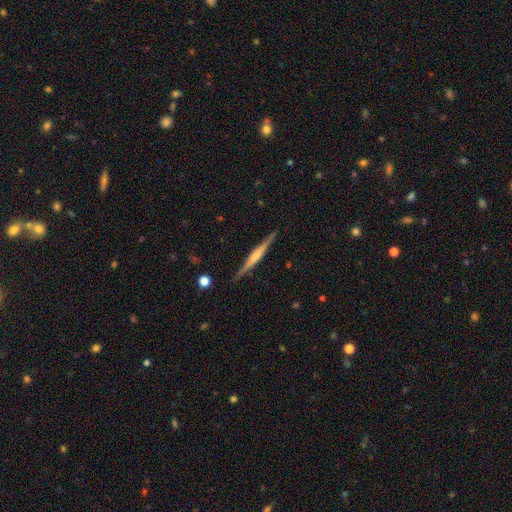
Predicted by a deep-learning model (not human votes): Smooth or featured?
  - featured or disk: 71% *
  - smooth: 24%
  - star or artifact: 6%
Edge-on disk?
  - yes: 98% *
  - no: 2%
Edge-on bulge?
  - rounded: 58% *
  - boxy: 22%
  - none: 20%
Merging?
  - none: 89% *
  - minor disturbance: 8%
  - major disturbance: 2%
  - merger: 1%